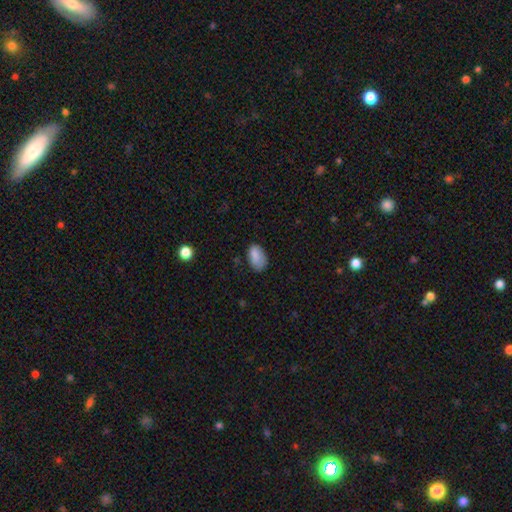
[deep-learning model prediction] smooth 83%, star or artifact 8%, featured or disk 8%. Down the decision tree: how rounded — in between (91%); merging — none (62%).